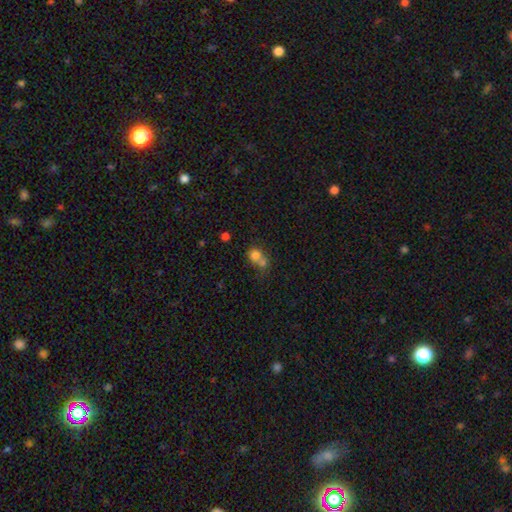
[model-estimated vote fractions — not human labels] smooth_or_featured: smooth (p=0.74) [alt: featured or disk p=0.14]
how_rounded: round (p=0.76) [alt: in between p=0.23]
merging: merger (p=0.61) [alt: none p=0.28]